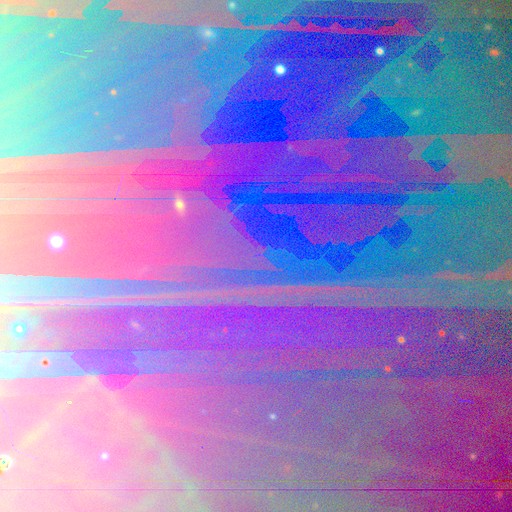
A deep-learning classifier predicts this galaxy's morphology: Smooth or featured?
  - star or artifact: 90% *
  - featured or disk: 6%
  - smooth: 4%